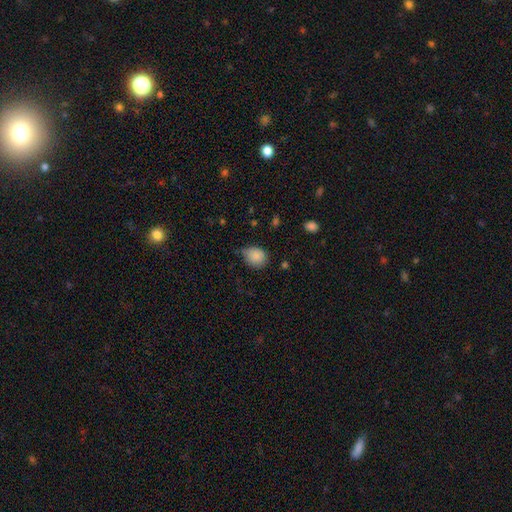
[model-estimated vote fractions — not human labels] A smooth galaxy with no disk features (87%) that is round (60%).

Vote fractions:
- Smooth or featured? smooth: 87% / star or artifact: 9% / featured or disk: 5%
- How rounded? round: 60% / in between: 39% / cigar-shaped: 1%
- Merging? none: 60% / minor disturbance: 32% / major disturbance: 6% / merger: 3%